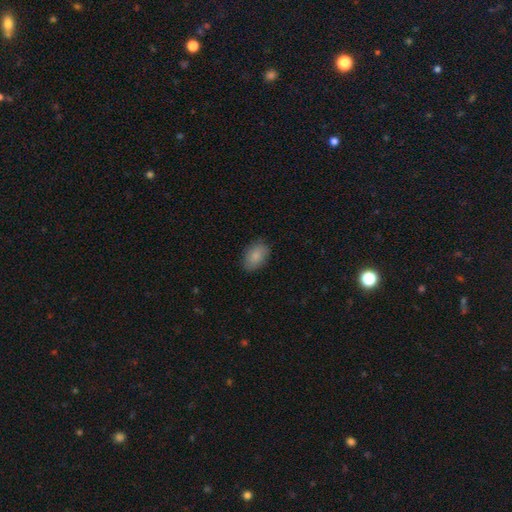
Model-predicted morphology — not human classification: Smooth or featured? smooth (87%)
How rounded? in between (88%)
Merging? none (83%)